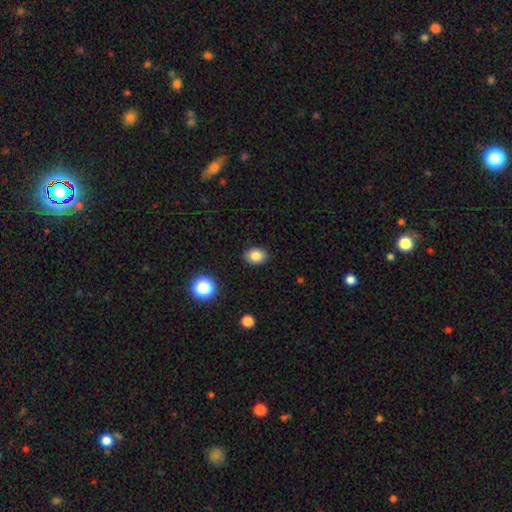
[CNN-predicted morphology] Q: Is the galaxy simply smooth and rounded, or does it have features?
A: smooth — 84%.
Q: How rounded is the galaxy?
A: in between — 65%.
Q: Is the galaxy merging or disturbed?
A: none — 88%.